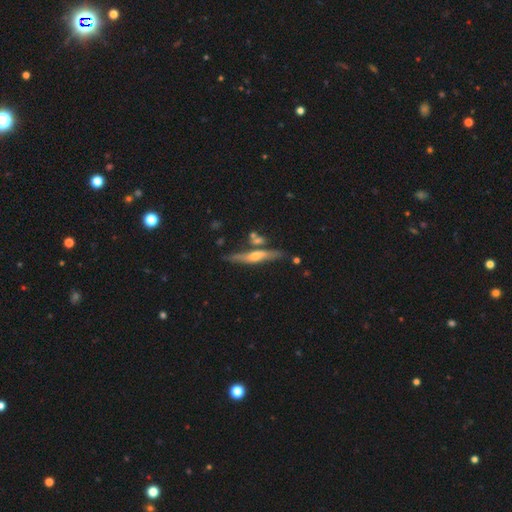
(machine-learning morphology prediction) A featured or disk galaxy (63%) viewed edge-on (92%) with a rounded central bulge (84%).

Vote fractions:
- Smooth or featured? featured or disk: 63% / smooth: 31% / star or artifact: 6%
- Edge-on disk? yes: 92% / no: 8%
- Edge-on bulge? rounded: 84% / none: 10% / boxy: 6%
- Merging? none: 71% / minor disturbance: 14% / merger: 11% / major disturbance: 3%